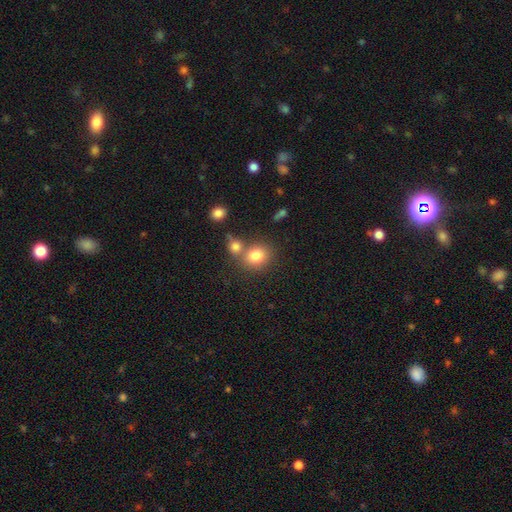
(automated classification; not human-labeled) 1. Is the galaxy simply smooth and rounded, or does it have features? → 81% smooth, 11% star or artifact, 8% featured or disk.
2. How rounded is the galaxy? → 75% round, 24% in between, 1% cigar-shaped.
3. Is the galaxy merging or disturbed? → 56% none, 31% merger, 9% minor disturbance, 4% major disturbance.